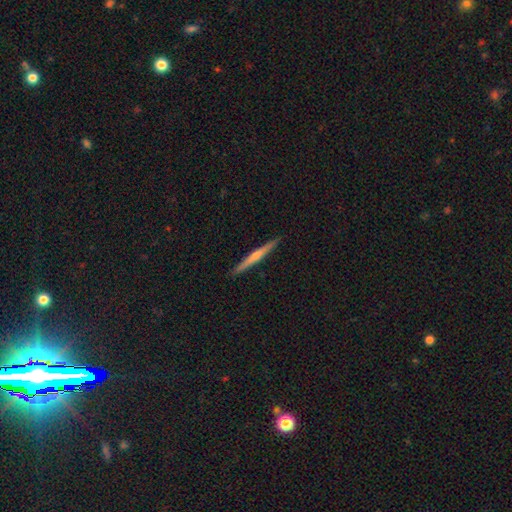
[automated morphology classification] Overall: featured or disk (62%; smooth 32%). Edge-on disk: yes (98%). Edge-on bulge: rounded (65%; none 30%). Merging: none (92%).